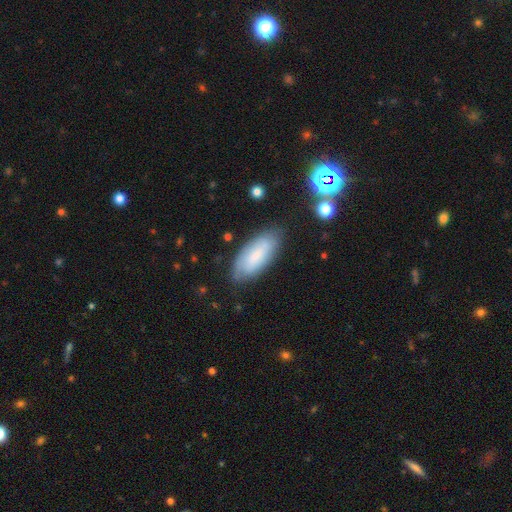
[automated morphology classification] smooth-or-featured: smooth: 62% | featured or disk: 30% | star or artifact: 7%
  how-rounded: in between: 82% | cigar-shaped: 16% | round: 2%
  merging: none: 78% | minor disturbance: 16% | major disturbance: 4% | merger: 2%